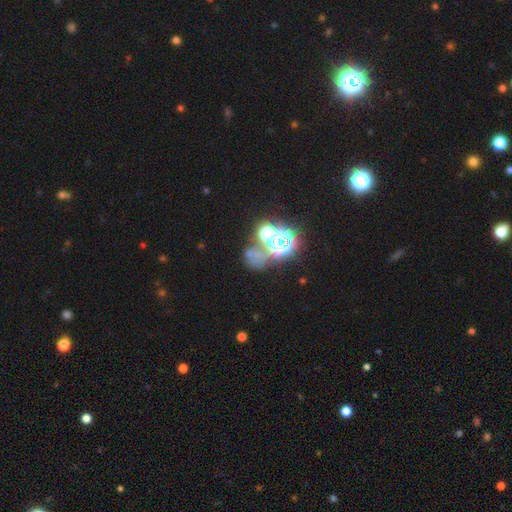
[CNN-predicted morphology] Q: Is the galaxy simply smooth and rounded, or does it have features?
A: star or artifact — 48%.